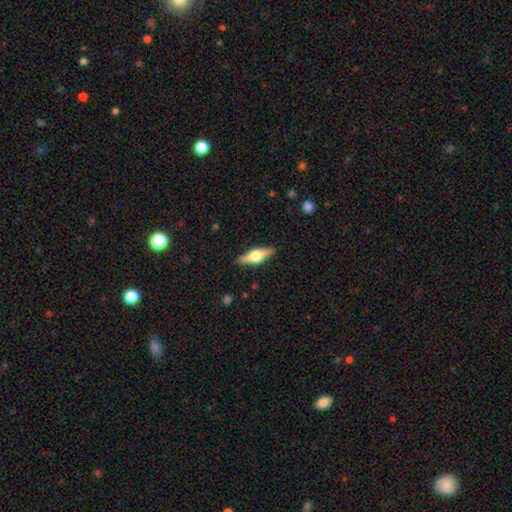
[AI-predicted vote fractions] Smooth or featured: featured or disk — 67% (smooth — 27%)
Edge-on disk: yes — 97% (no — 3%)
Edge-on bulge: rounded — 94% (boxy — 4%)
Merging: none — 90% (minor disturbance — 8%)